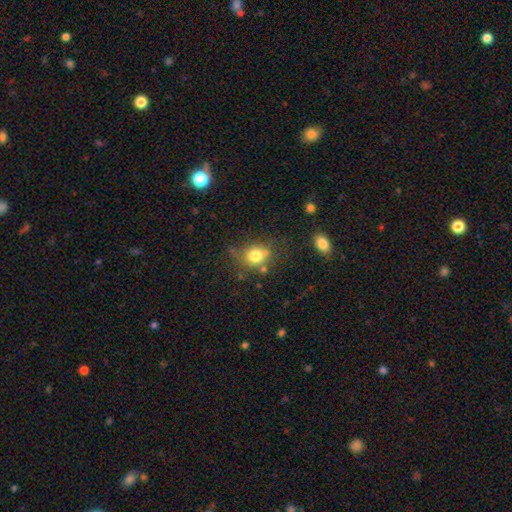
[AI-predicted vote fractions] Smooth or featured: smooth — 78% (star or artifact — 12%)
How rounded: round — 72% (in between — 27%)
Merging: none — 66% (minor disturbance — 18%)